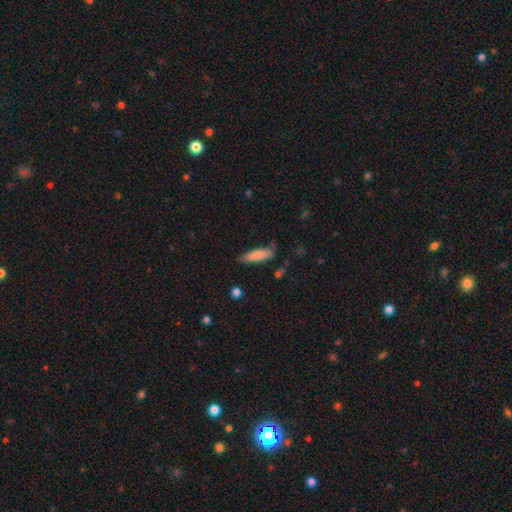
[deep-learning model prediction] Smooth or featured? Predicted: smooth (p=0.81). How rounded? Predicted: cigar-shaped (p=0.57). Merging? Predicted: none (p=0.73).